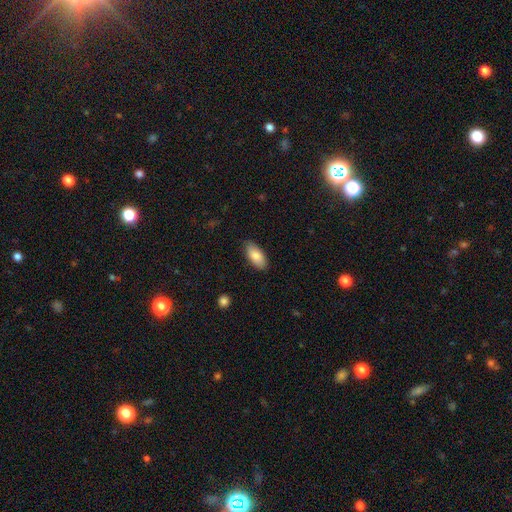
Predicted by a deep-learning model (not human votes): Overall: smooth (83%). How rounded: in between (90%). Merging: none (86%).